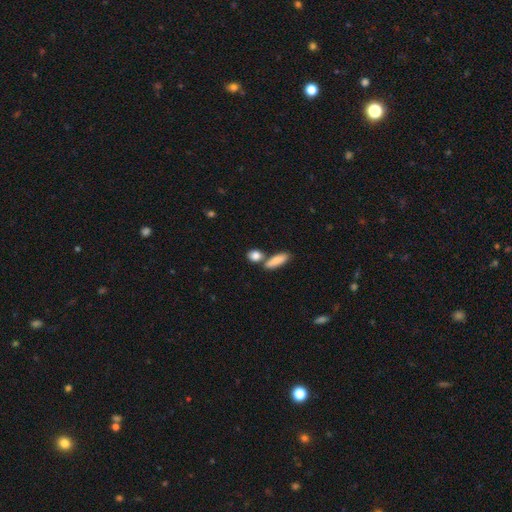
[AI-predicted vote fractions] Morphology: type=smooth (84%); roundness=round (45%); merging=none (59%).